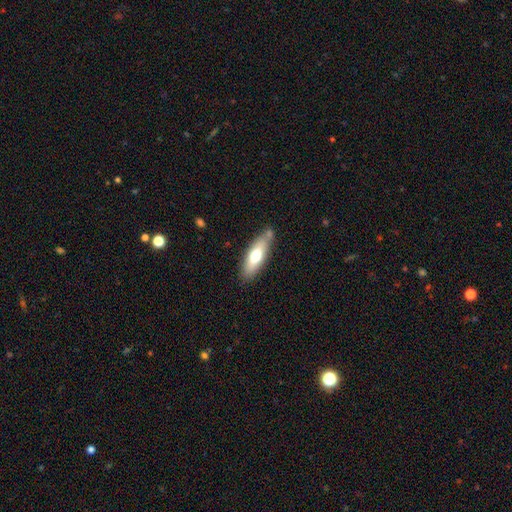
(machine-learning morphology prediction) Smooth or featured: smooth — 63% (featured or disk — 31%)
How rounded: in between — 51% (cigar-shaped — 47%)
Merging: none — 74% (minor disturbance — 16%)